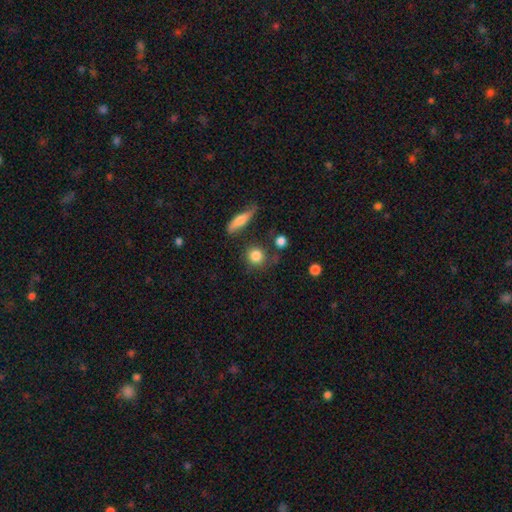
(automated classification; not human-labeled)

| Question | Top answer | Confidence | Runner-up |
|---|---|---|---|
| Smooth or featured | smooth | 84% | star or artifact (9%) |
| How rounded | round | 86% | in between (11%) |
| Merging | none | 74% | minor disturbance (13%) |